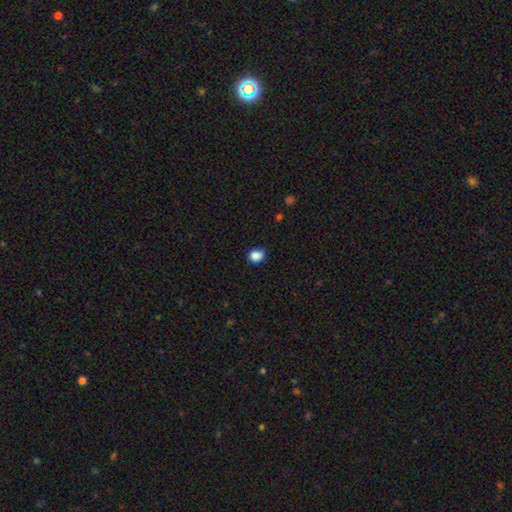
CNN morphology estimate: Q: Smooth or featured?
A: smooth (86%); runner-up: star or artifact (10%)
Q: How rounded?
A: round (59%); runner-up: in between (40%)
Q: Merging?
A: none (78%); runner-up: minor disturbance (18%)